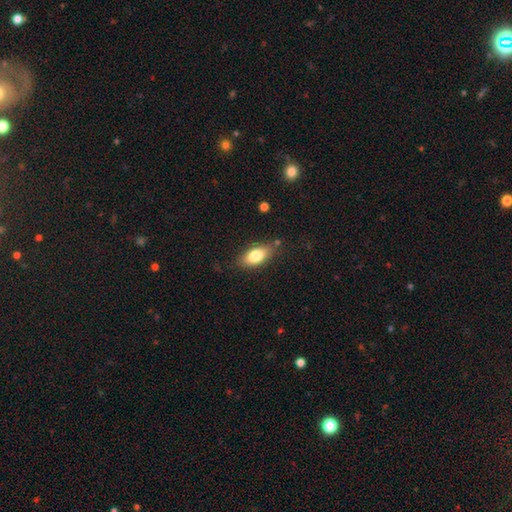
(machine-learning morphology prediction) A smooth galaxy with no disk features (78%) that is in between round and cigar-shaped (86%).

Vote fractions:
- Smooth or featured? smooth: 78% / featured or disk: 14% / star or artifact: 7%
- How rounded? in between: 86% / cigar-shaped: 10% / round: 4%
- Merging? none: 79% / minor disturbance: 16% / major disturbance: 4% / merger: 2%